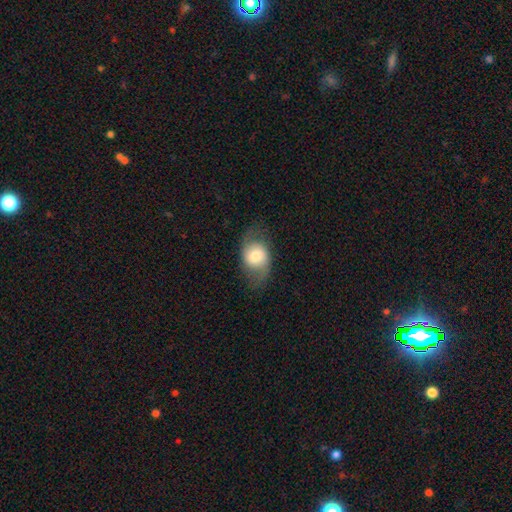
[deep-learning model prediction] Smooth or featured? Predicted: smooth (p=0.47). Merging? Predicted: none (p=0.72).